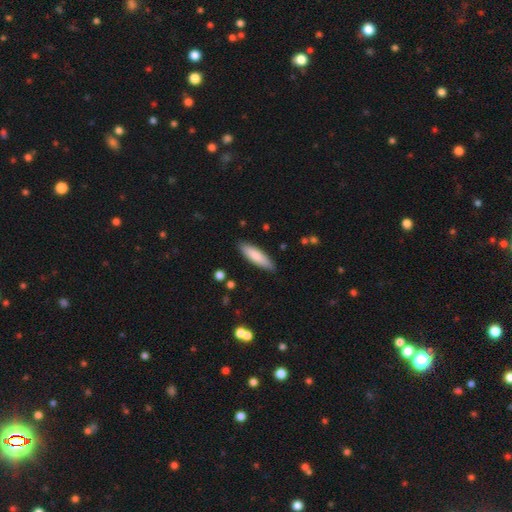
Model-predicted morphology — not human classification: smooth-or-featured: smooth: 82% | featured or disk: 13% | star or artifact: 5%
  how-rounded: cigar-shaped: 61% | in between: 37% | round: 1%
  merging: none: 87% | minor disturbance: 9% | major disturbance: 2% | merger: 1%